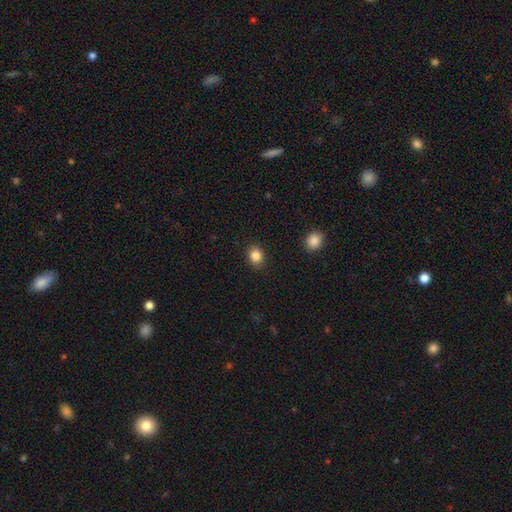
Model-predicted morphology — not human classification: Smooth or featured: smooth — 86% (star or artifact — 10%)
How rounded: round — 56% (in between — 43%)
Merging: none — 89% (minor disturbance — 7%)